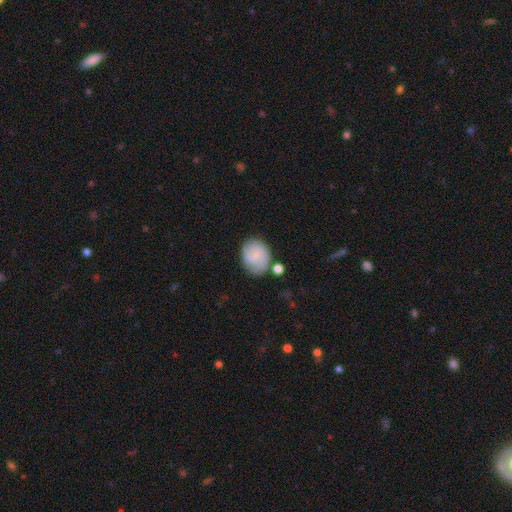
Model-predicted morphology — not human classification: A smooth galaxy with no disk features (68%) that is round (58%).

Vote fractions:
- Smooth or featured? smooth: 68% / featured or disk: 24% / star or artifact: 8%
- How rounded? round: 58% / in between: 41% / cigar-shaped: 1%
- Merging? none: 58% / minor disturbance: 24% / merger: 11% / major disturbance: 8%